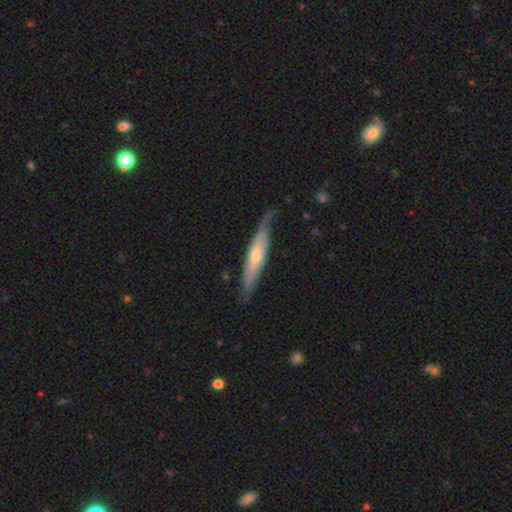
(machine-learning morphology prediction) This appears to be a featured or disk galaxy (57%) viewed edge-on (67%). Merging: none (65%).